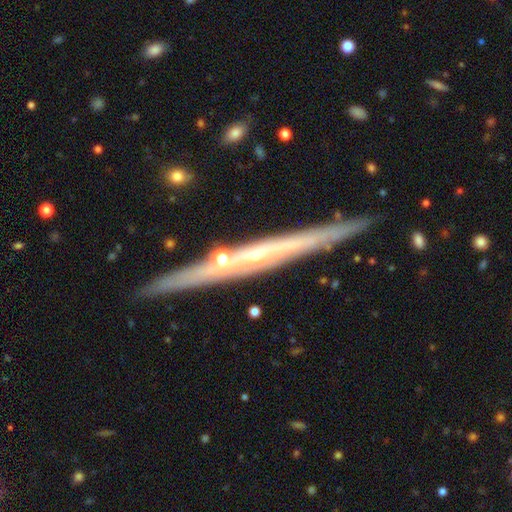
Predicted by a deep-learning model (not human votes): This appears to be a featured or disk galaxy (76%) viewed edge-on (96%) with no central bulge (52%). Merging: none (85%).